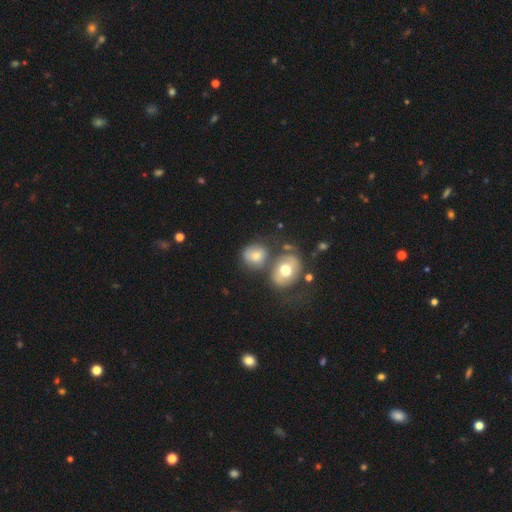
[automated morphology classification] Smooth or featured: smooth — 70% (featured or disk — 21%)
How rounded: round — 68% (in between — 30%)
Merging: none — 48% (merger — 29%)